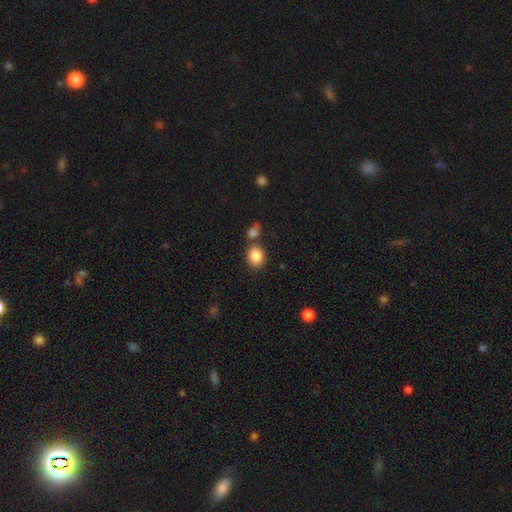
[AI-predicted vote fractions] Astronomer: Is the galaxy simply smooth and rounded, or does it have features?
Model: smooth — 86%.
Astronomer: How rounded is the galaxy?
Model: round — 54% (runner-up: in between, 45%).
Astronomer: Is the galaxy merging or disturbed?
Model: none — 68%.